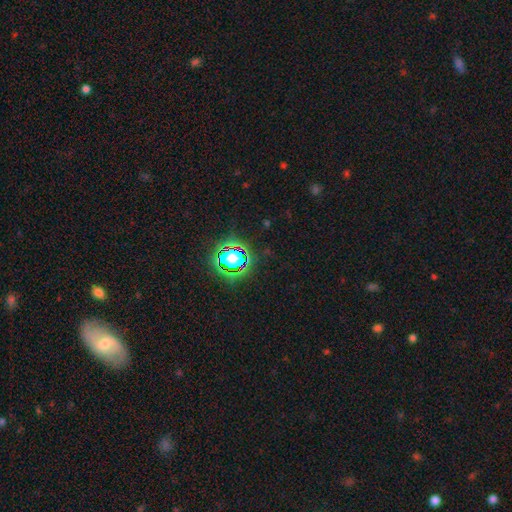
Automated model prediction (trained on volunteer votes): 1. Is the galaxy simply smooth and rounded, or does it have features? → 73% star or artifact, 16% smooth, 11% featured or disk.